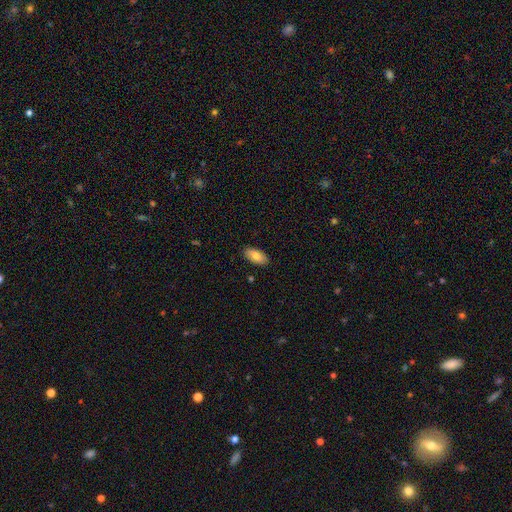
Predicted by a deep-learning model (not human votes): This appears to be a smooth galaxy with no disk features (81%) that is in between round and cigar-shaped (94%). Merging: none (89%).